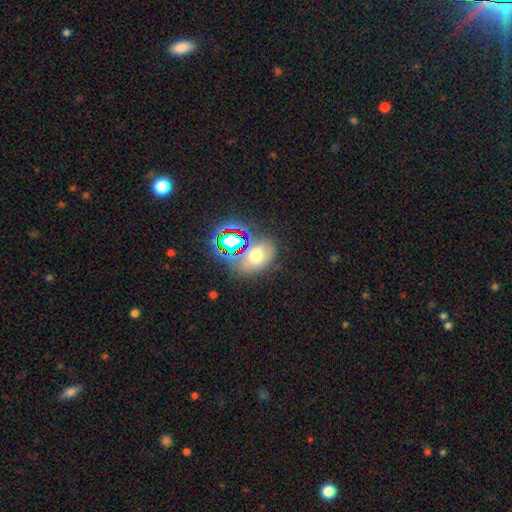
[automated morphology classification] Smooth or featured? Predicted: smooth (p=0.52). How rounded? Predicted: in between (p=0.71). Merging? Predicted: none (p=0.61).